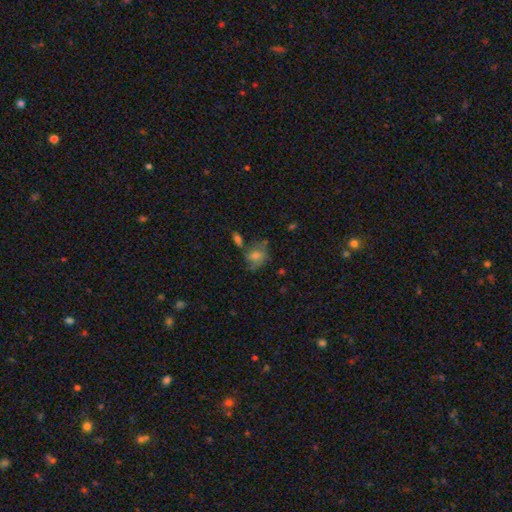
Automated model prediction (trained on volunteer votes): This is possibly a smooth galaxy (59%). How rounded: possibly in between (52%). Merging: possibly none (47%).